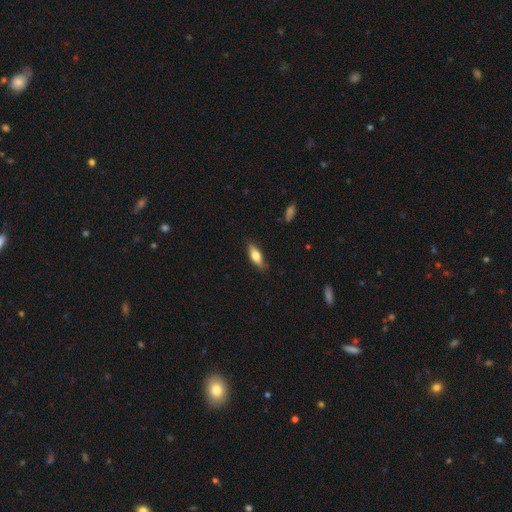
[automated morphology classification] smooth 67%, featured or disk 27%, star or artifact 6%. Down the decision tree: how rounded — in between (61%); merging — none (82%).